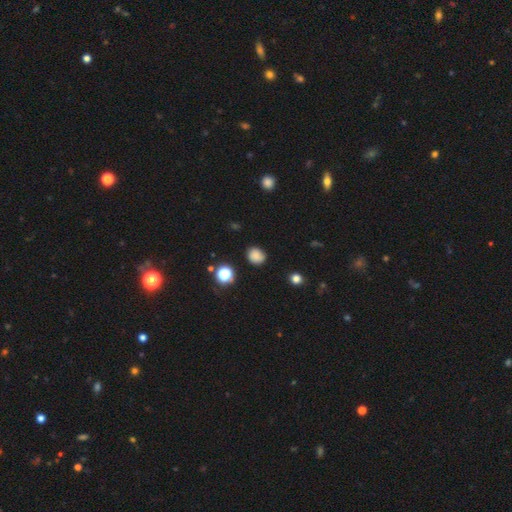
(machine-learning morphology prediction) This appears to be a smooth galaxy with no disk features (82%) that is round (71%). Merging: none (83%).